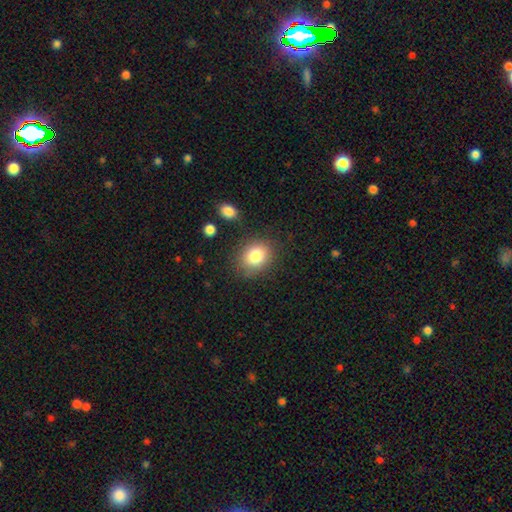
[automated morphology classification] Smooth or featured? Predicted: smooth (p=0.82). How rounded? Predicted: round (p=0.58). Merging? Predicted: none (p=0.82).